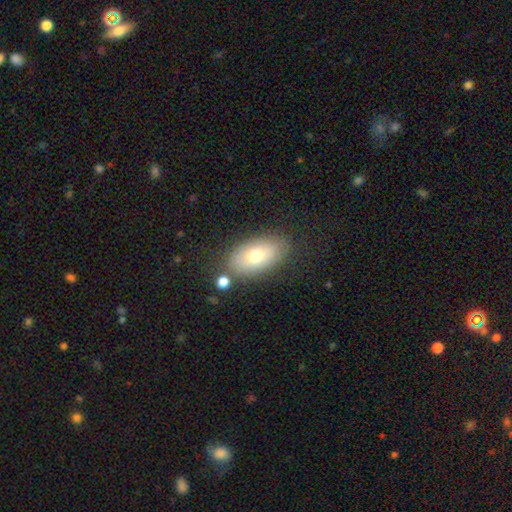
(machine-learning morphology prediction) Smooth or featured?
  - smooth: 71% *
  - featured or disk: 20%
  - star or artifact: 8%
How rounded?
  - in between: 91% *
  - round: 6%
  - cigar-shaped: 3%
Merging?
  - none: 79% *
  - minor disturbance: 12%
  - merger: 5%
  - major disturbance: 4%